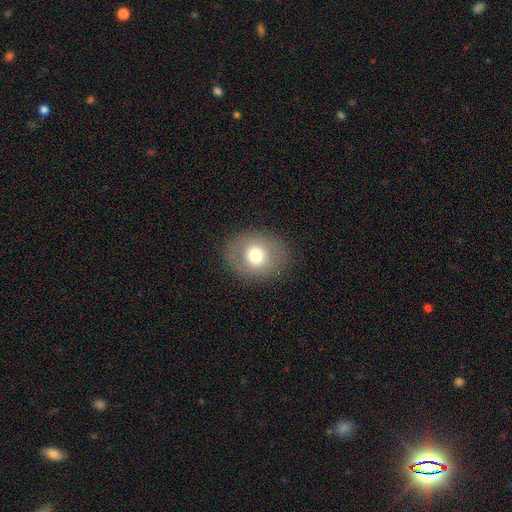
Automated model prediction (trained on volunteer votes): A smooth galaxy with no disk features (68%) that is round (58%). Merging: none (85%).